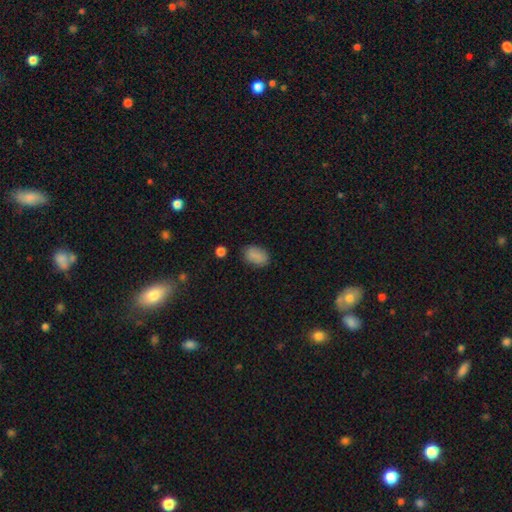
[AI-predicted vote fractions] Q: Smooth or featured?
A: smooth (85%); runner-up: star or artifact (9%)
Q: How rounded?
A: in between (89%); runner-up: round (10%)
Q: Merging?
A: none (81%); runner-up: minor disturbance (14%)